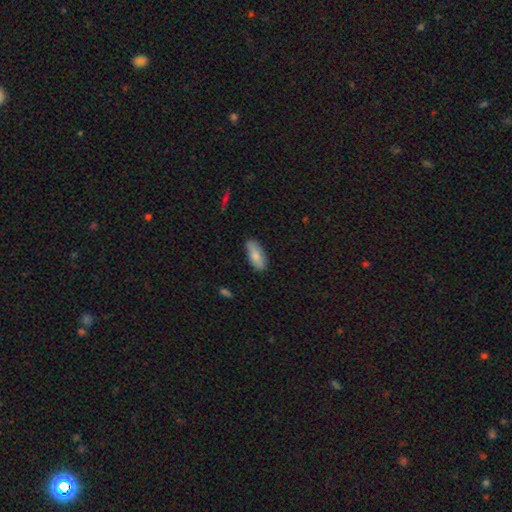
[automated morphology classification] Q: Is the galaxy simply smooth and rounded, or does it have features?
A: smooth — 79%.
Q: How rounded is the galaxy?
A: in between — 81%.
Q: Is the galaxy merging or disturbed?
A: none — 80%.